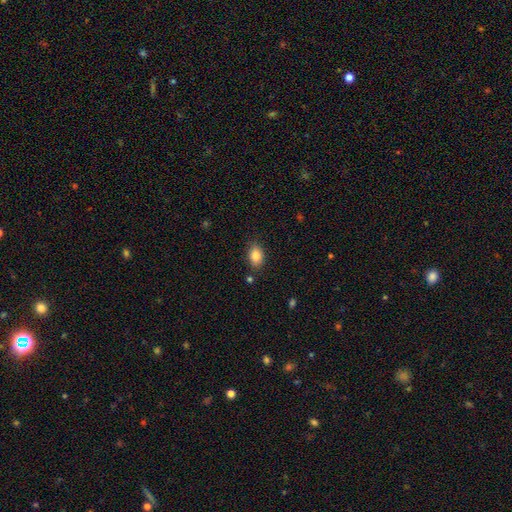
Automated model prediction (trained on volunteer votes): Morphology: type=smooth (85%); roundness=in between (80%); merging=none (82%).